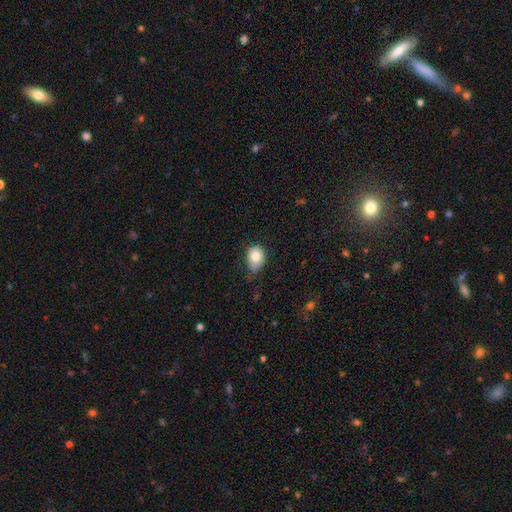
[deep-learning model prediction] smooth 83%, star or artifact 9%, featured or disk 8%. Down the decision tree: how rounded — in between (59%); merging — none (45%).